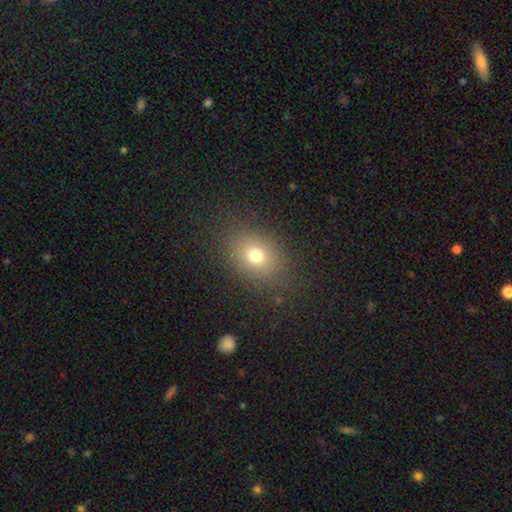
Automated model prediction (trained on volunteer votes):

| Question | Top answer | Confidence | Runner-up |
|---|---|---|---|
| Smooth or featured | smooth | 73% | star or artifact (16%) |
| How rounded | in between | 51% | round (47%) |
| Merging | none | 84% | minor disturbance (10%) |